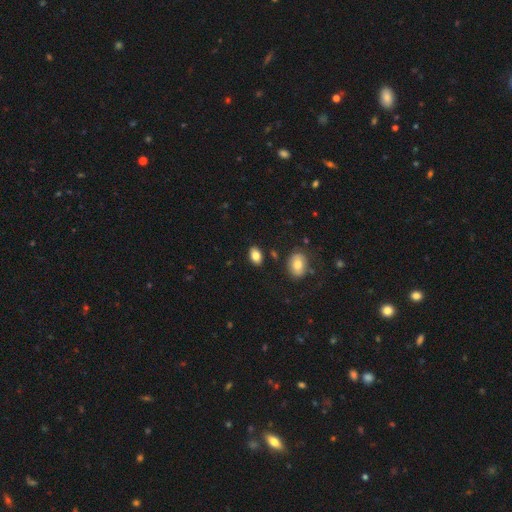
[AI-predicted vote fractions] The model was most divided on "smooth or featured": smooth: 83%, star or artifact: 8%, featured or disk: 8%. More confident: how rounded — in between (88%); merging — none (86%).